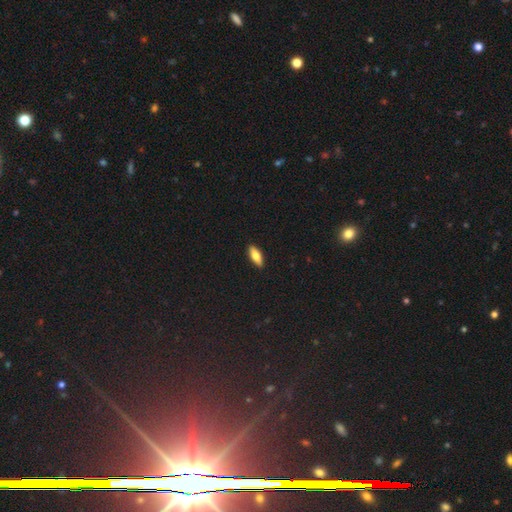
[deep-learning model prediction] Smooth or featured: smooth — 74% (featured or disk — 20%)
How rounded: in between — 67% (cigar-shaped — 30%)
Merging: none — 91% (minor disturbance — 7%)